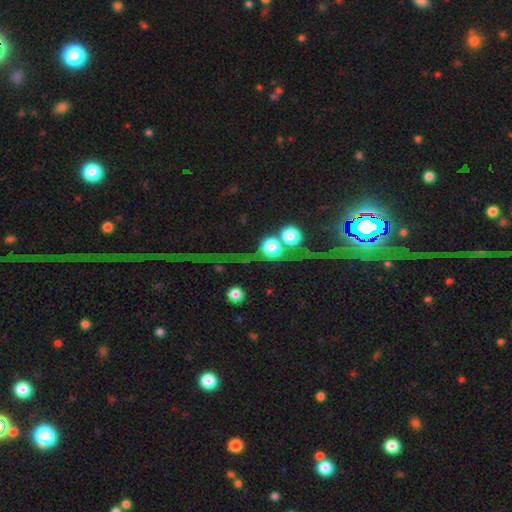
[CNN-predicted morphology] Smooth or featured? star or artifact (67%)